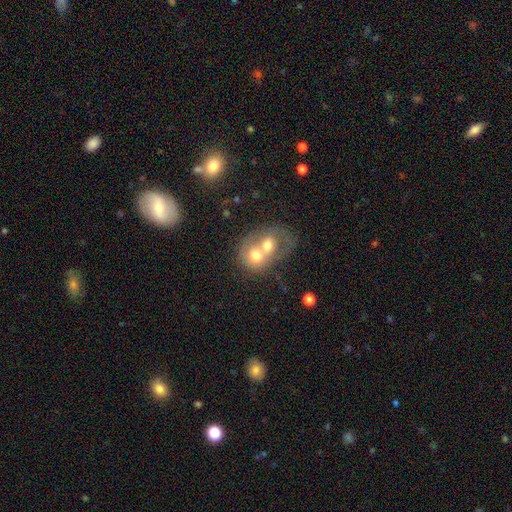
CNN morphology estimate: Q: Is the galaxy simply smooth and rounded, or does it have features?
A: smooth — 56%.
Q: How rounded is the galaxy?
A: round — 59%.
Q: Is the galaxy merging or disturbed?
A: merger — 79%.